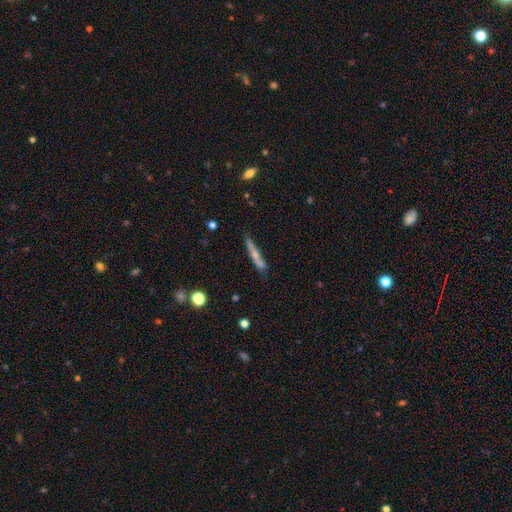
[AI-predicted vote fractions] Smooth or featured? Predicted: featured or disk (p=0.48). Merging? Predicted: none (p=0.69).